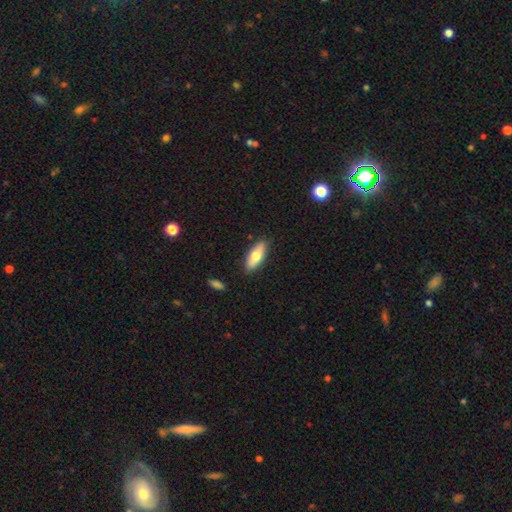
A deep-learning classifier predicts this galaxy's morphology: smooth-or-featured: smooth: 68% | featured or disk: 25% | star or artifact: 6%
  how-rounded: in between: 69% | cigar-shaped: 28% | round: 2%
  merging: none: 86% | minor disturbance: 10% | major disturbance: 2% | merger: 2%